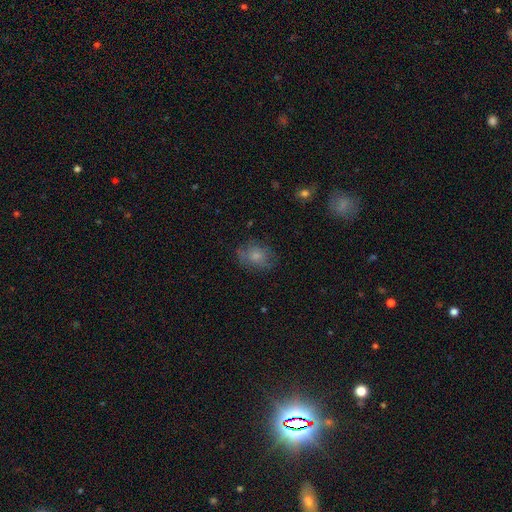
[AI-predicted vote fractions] Smooth or featured? smooth (70%)
How rounded? in between (56%)
Merging? none (67%)